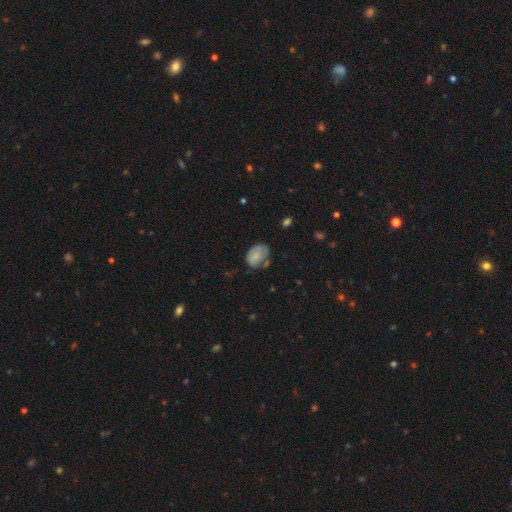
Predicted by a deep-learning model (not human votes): smooth 68%, featured or disk 23%, star or artifact 9%. Down the decision tree: how rounded — in between (67%); merging — none (46%).